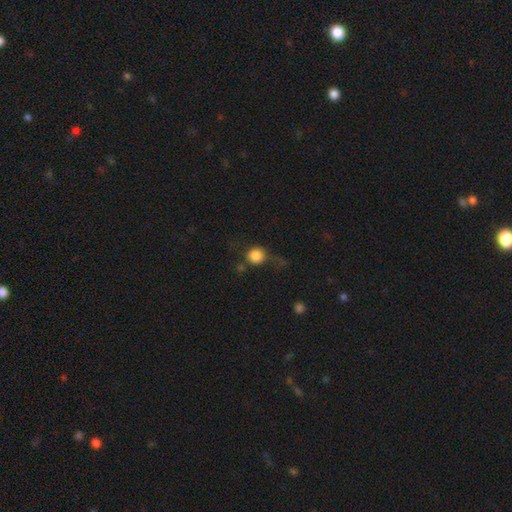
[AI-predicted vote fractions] Smooth or featured?
  - smooth: 84% *
  - star or artifact: 10%
  - featured or disk: 6%
How rounded?
  - round: 90% *
  - in between: 9%
  - cigar-shaped: 1%
Merging?
  - none: 61% *
  - minor disturbance: 19%
  - major disturbance: 12%
  - merger: 7%